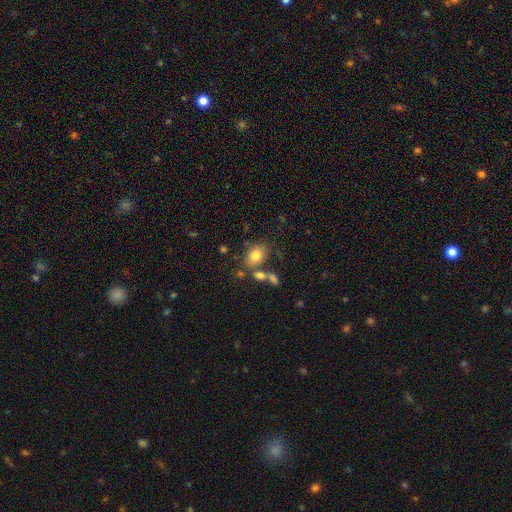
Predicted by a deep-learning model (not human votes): Overall: smooth (79%). How rounded: in between (81%). Merging: none (63%).